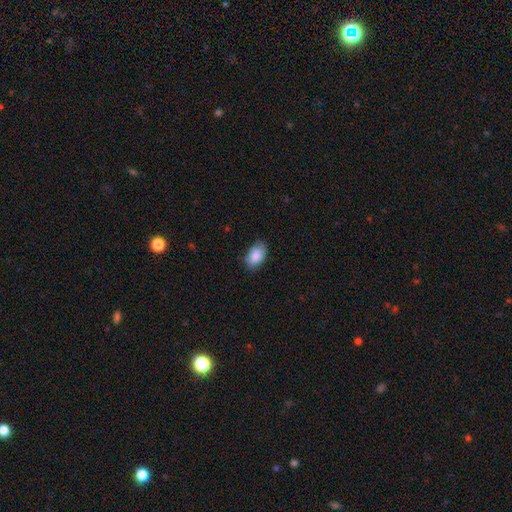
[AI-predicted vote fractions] Morphology: type=smooth (87%); roundness=in between (90%); merging=none (76%).